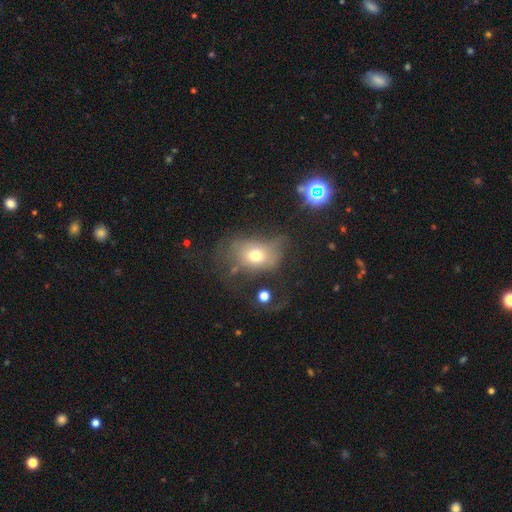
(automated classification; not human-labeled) Smooth or featured? Predicted: smooth (p=0.64). How rounded? Predicted: in between (p=0.64). Merging? Predicted: major disturbance (p=0.35, tied with none).